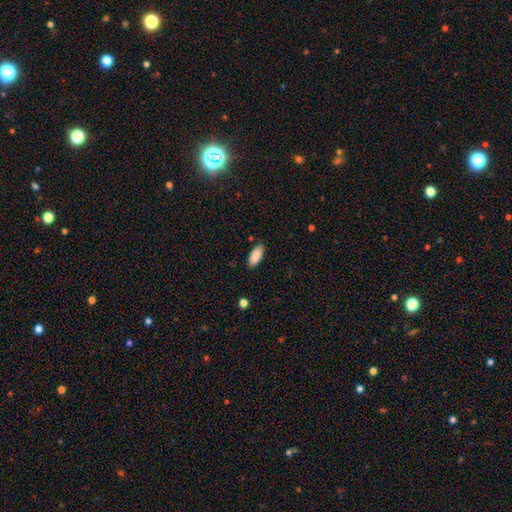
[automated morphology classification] Smooth or featured?
  - smooth: 90% *
  - star or artifact: 6%
  - featured or disk: 4%
How rounded?
  - in between: 85% *
  - cigar-shaped: 13%
  - round: 2%
Merging?
  - none: 86% *
  - minor disturbance: 11%
  - major disturbance: 2%
  - merger: 1%